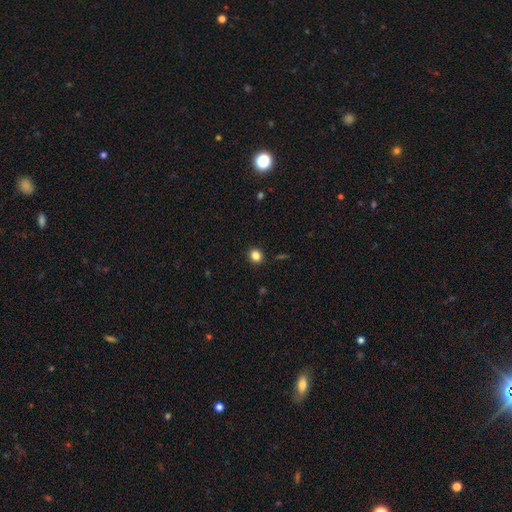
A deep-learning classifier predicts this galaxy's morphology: Q: Smooth or featured?
A: smooth (84%); runner-up: star or artifact (12%)
Q: How rounded?
A: round (75%); runner-up: in between (25%)
Q: Merging?
A: none (91%); runner-up: minor disturbance (6%)